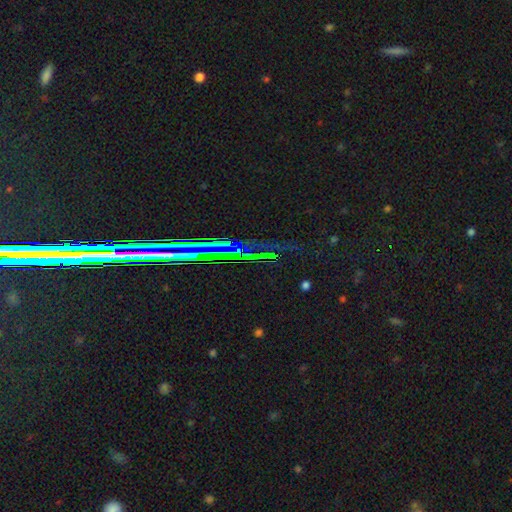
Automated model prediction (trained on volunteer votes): Morphology: type=star or artifact (73%).